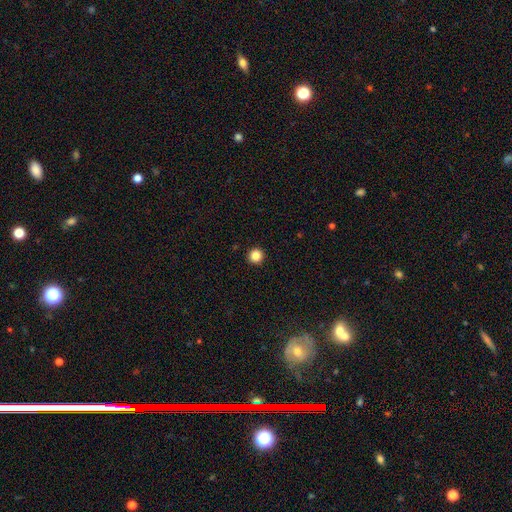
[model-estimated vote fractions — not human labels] Morphology: type=smooth (86%); roundness=round (96%); merging=none (94%).